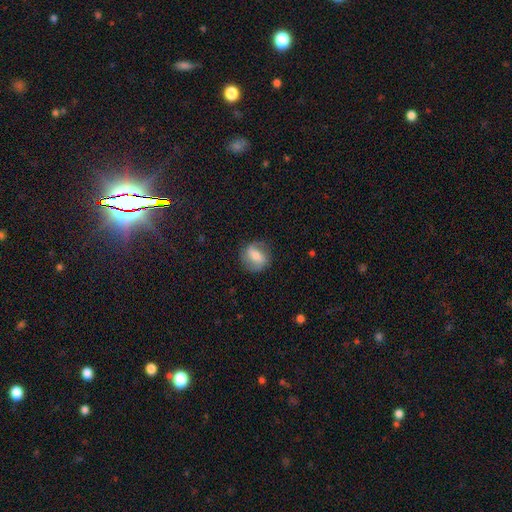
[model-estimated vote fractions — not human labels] smooth-or-featured: featured or disk: 47% | smooth: 45% | star or artifact: 8%
  merging: none: 78% | minor disturbance: 15% | major disturbance: 6% | merger: 1%